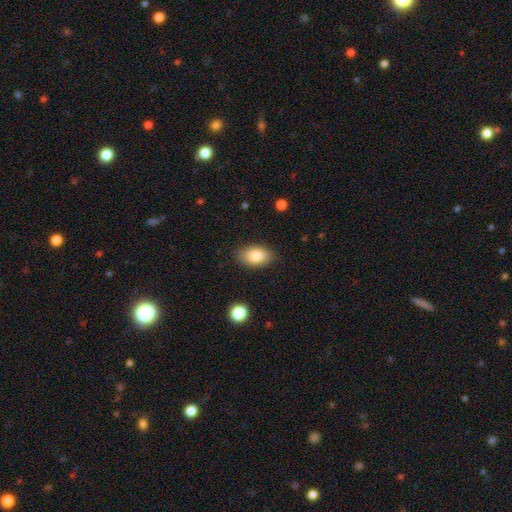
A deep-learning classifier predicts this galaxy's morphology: smooth 85%, featured or disk 8%, star or artifact 7%. Down the decision tree: how rounded — in between (91%); merging — none (85%).